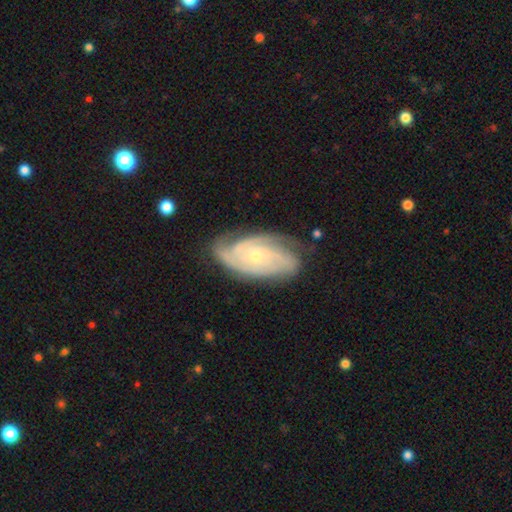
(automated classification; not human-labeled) This appears to be a featured or disk galaxy (87%) with no bar (74%), 3 (39%) tight (64%) spiral arms (97%) and a small central bulge (70%). Merging: none (71%).